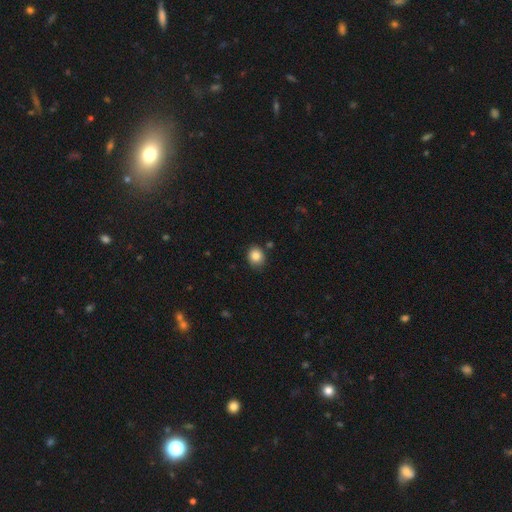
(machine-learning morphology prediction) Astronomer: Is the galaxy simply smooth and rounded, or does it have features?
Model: smooth — 85%.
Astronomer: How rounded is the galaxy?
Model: round — 73%.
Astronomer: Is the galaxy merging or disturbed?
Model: none — 82%.